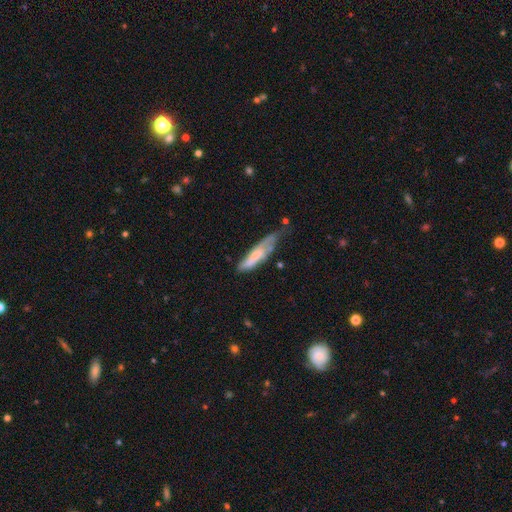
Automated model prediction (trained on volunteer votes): Smooth or featured: smooth — 53% (featured or disk — 40%)
How rounded: cigar-shaped — 69% (in between — 29%)
Merging: minor disturbance — 37% (none — 35%)